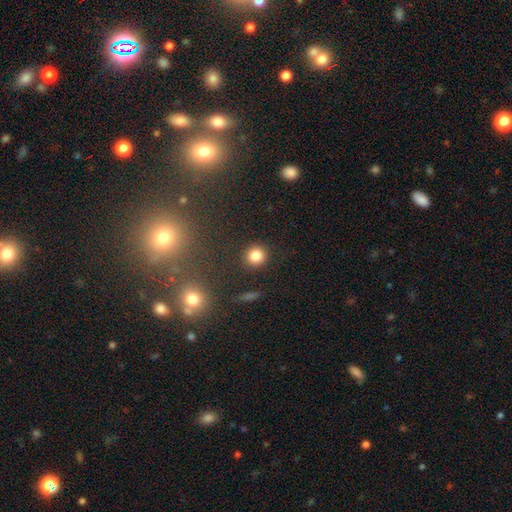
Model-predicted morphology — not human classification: smooth_or_featured: smooth (p=0.83) [alt: star or artifact p=0.11]
how_rounded: round (p=0.88) [alt: in between p=0.11]
merging: none (p=0.89) [alt: minor disturbance p=0.06]